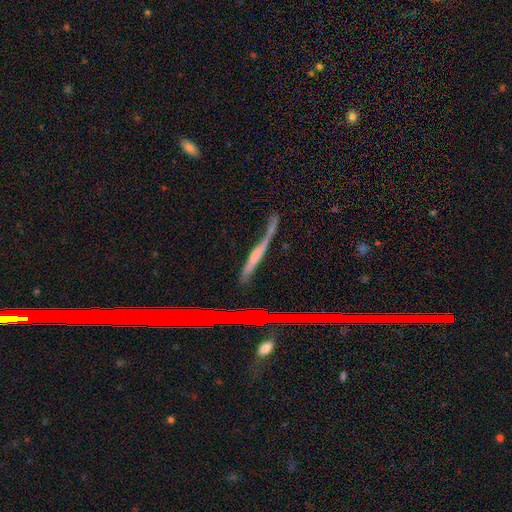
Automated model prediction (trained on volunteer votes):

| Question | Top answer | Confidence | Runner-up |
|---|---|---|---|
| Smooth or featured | featured or disk | 60% | smooth (24%) |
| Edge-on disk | yes | 87% | no (13%) |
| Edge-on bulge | none | 42% | rounded (39%) |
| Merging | none | 62% | minor disturbance (23%) |